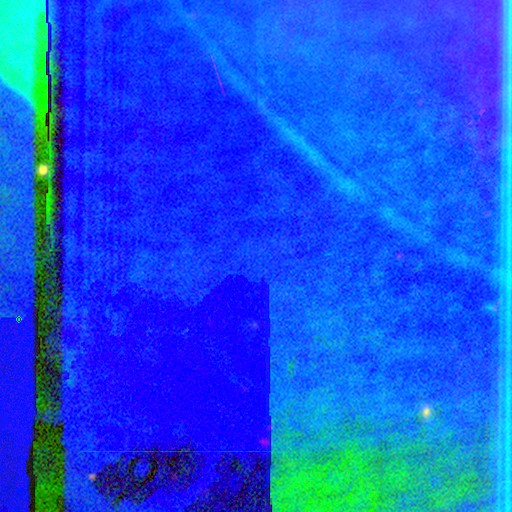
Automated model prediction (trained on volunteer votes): Smooth or featured: star or artifact — 86% (smooth — 7%)